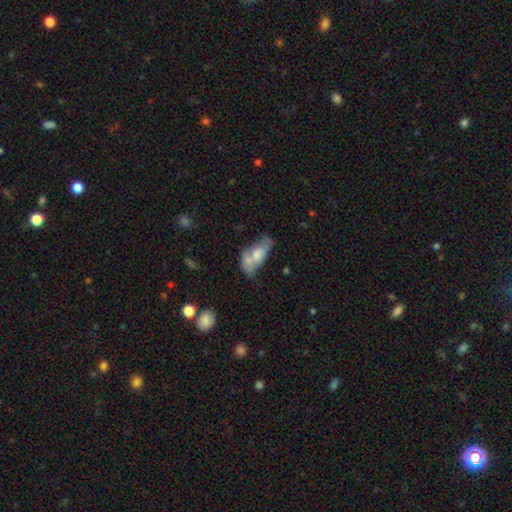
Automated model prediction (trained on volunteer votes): A smooth galaxy with no disk features (56%) that is in between round and cigar-shaped (85%). Merging: merger (31%).